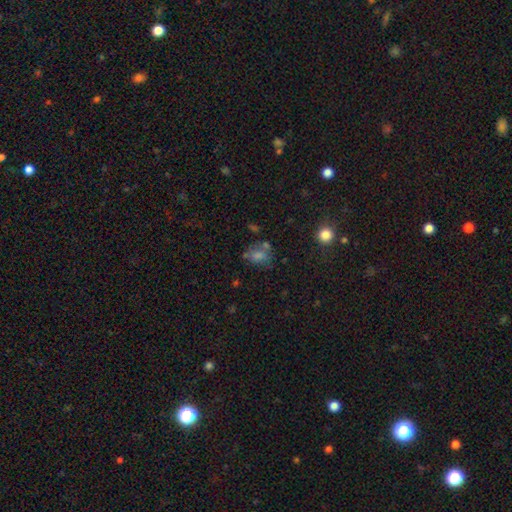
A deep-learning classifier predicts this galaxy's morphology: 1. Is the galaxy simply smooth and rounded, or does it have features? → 54% smooth, 26% star or artifact, 20% featured or disk.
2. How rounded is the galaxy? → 54% in between, 45% round, 2% cigar-shaped.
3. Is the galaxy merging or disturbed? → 52% none, 19% minor disturbance, 18% merger, 11% major disturbance.